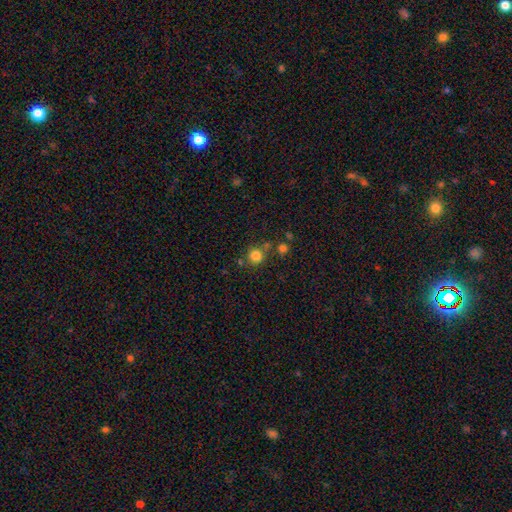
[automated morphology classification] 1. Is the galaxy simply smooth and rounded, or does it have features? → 81% smooth, 13% star or artifact, 6% featured or disk.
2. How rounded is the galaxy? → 92% round, 7% in between, 1% cigar-shaped.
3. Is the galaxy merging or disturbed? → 73% none, 14% merger, 10% minor disturbance, 4% major disturbance.